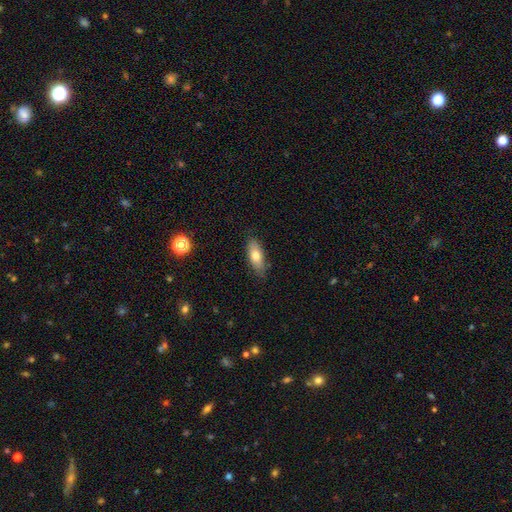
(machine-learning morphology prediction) Smooth or featured? smooth (73%)
How rounded? in between (78%)
Merging? none (83%)